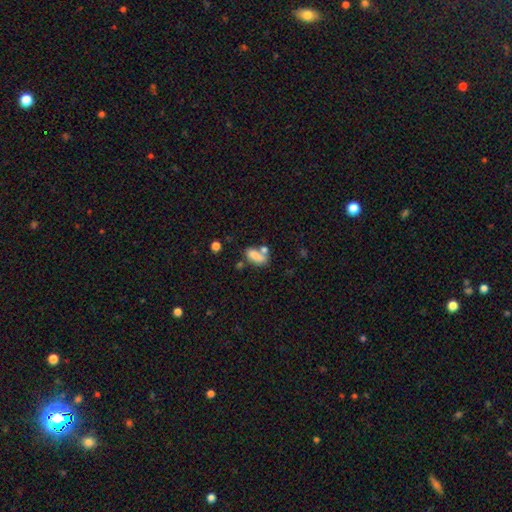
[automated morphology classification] This appears to be a smooth galaxy with no disk features (77%) that is in between round and cigar-shaped (82%). Merging: none (39%).